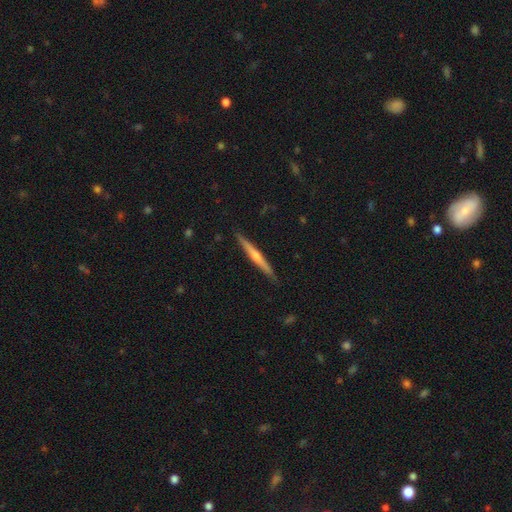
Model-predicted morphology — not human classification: Smooth or featured? featured or disk (72%)
Edge-on disk? yes (98%)
Edge-on bulge? rounded (79%)
Merging? none (91%)